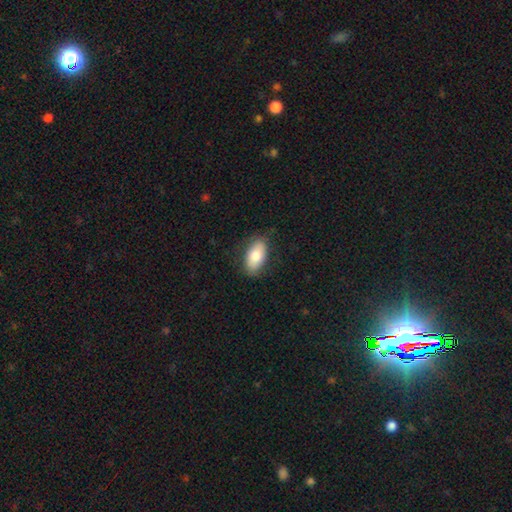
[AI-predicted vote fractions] Smooth or featured?
  - smooth: 78% *
  - featured or disk: 16%
  - star or artifact: 6%
How rounded?
  - in between: 93% *
  - round: 4%
  - cigar-shaped: 3%
Merging?
  - none: 83% *
  - minor disturbance: 13%
  - major disturbance: 3%
  - merger: 1%